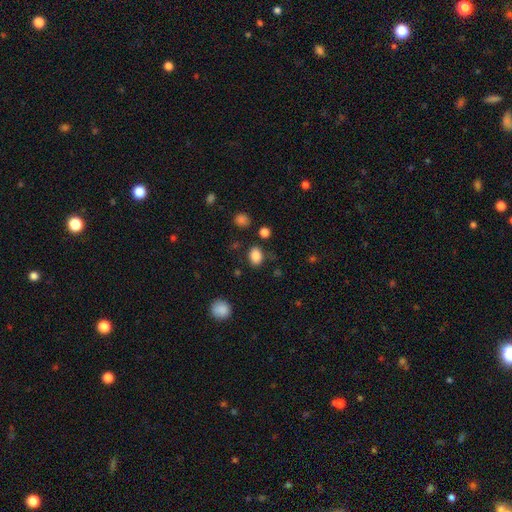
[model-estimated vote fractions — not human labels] smooth-or-featured: smooth: 85% | star or artifact: 10% | featured or disk: 4%
  how-rounded: in between: 70% | round: 29% | cigar-shaped: 1%
  merging: none: 80% | minor disturbance: 13% | major disturbance: 4% | merger: 4%